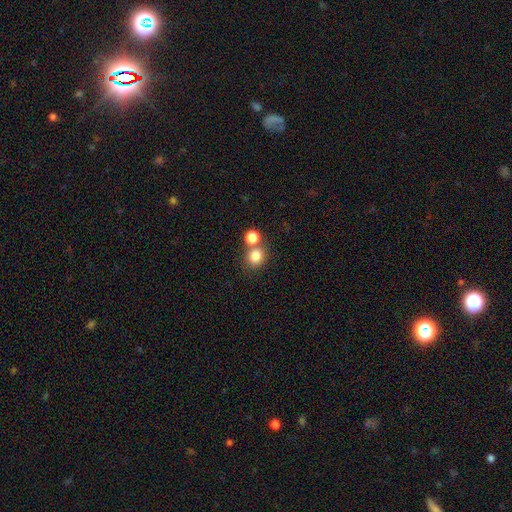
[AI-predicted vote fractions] A smooth galaxy with no disk features (81%) that is round (80%). Merging: none (57%).